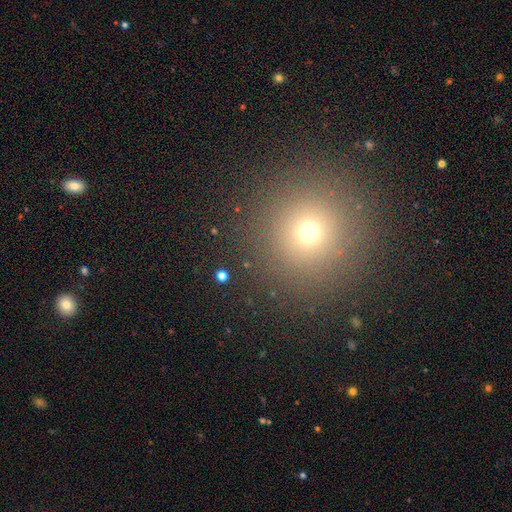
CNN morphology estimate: type=smooth (63%); roundness=round (95%); merging=none (92%).